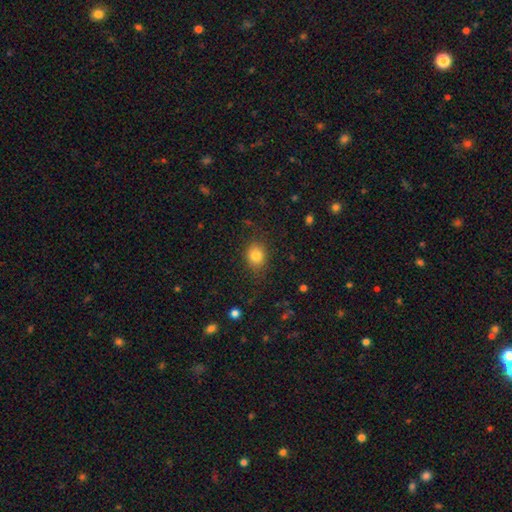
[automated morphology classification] Overall: smooth (83%). How rounded: round (55%; in between 44%). Merging: none (81%).